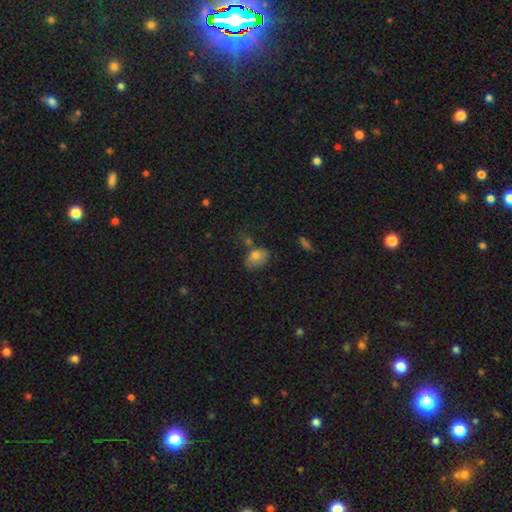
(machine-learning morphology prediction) Smooth or featured? Predicted: smooth (p=0.79). How rounded? Predicted: in between (p=0.85). Merging? Predicted: none (p=0.53).